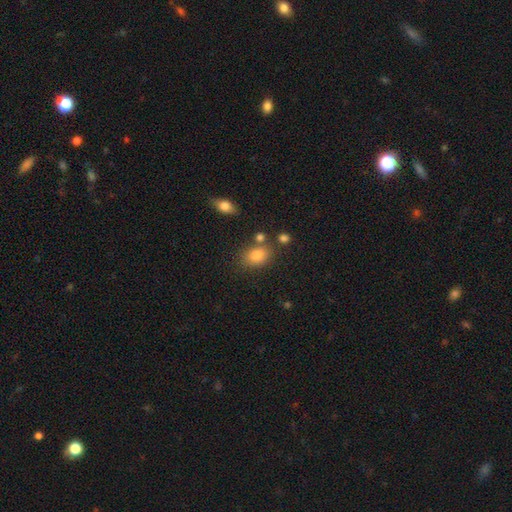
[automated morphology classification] The model was most divided on "how rounded": in between: 73%, round: 26%, cigar-shaped: 1%. More confident: smooth or featured — smooth (82%); merging — none (70%).